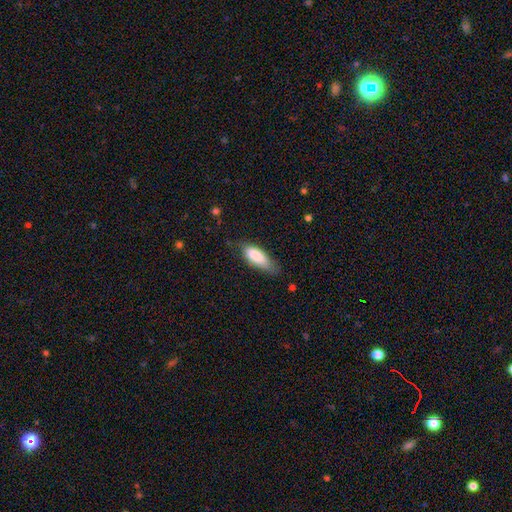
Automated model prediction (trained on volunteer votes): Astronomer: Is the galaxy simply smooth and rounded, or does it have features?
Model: smooth — 84%.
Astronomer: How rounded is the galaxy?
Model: in between — 75%.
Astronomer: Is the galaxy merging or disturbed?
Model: none — 54% (runner-up: minor disturbance, 34%).